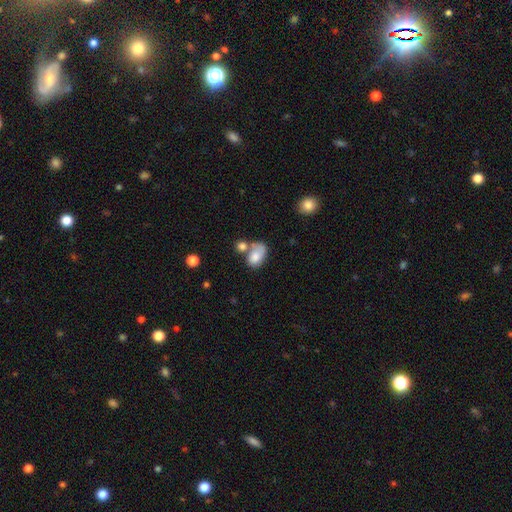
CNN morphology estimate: Overall: smooth (77%). How rounded: in between (83%). Merging: merger (42%; none 28%).